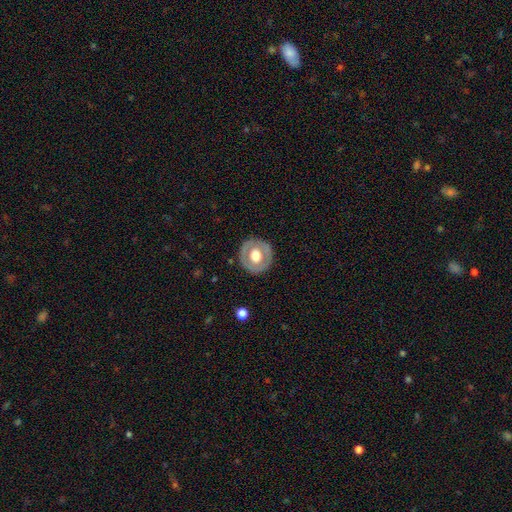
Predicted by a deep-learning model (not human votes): smooth-or-featured: smooth: 47% (tied) | featured or disk: 47% (tied) | star or artifact: 6%
  merging: none: 86% | minor disturbance: 10% | major disturbance: 3% | merger: 1%